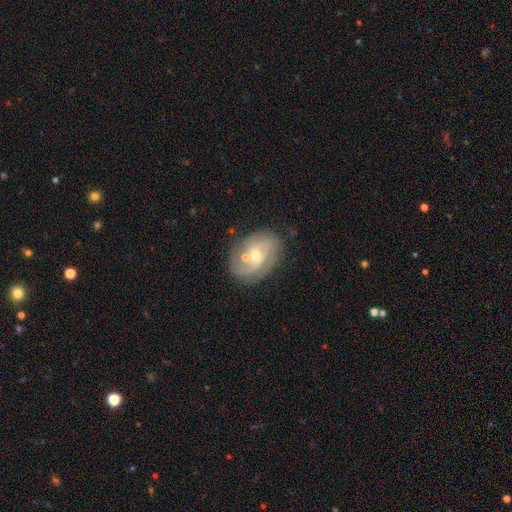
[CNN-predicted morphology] Smooth or featured: featured or disk — 79% (smooth — 14%)
Edge-on disk: no — 97% (yes — 3%)
Bar: no — 50% (weak — 41%)
Spiral arms: yes — 91% (no — 9%)
Spiral winding: medium — 43% (tight — 39%)
Spiral arm count: 2 — 56% (can't tell — 19%)
Bulge size: moderate — 48% (tied with small — 48%)
Merging: none — 67% (minor disturbance — 17%)